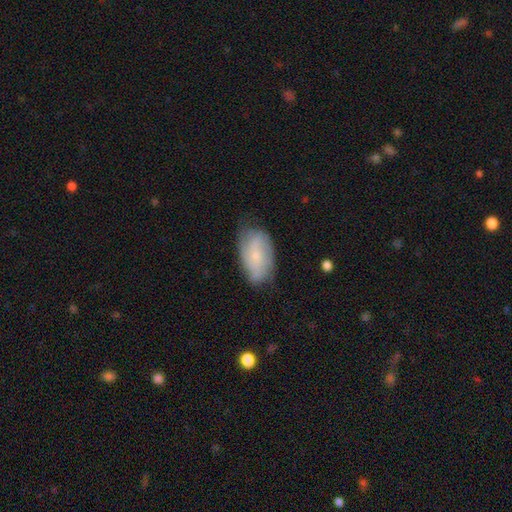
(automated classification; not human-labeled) Smooth or featured?
  - smooth: 49% *
  - featured or disk: 43%
  - star or artifact: 8%
Merging?
  - none: 65% *
  - minor disturbance: 26%
  - major disturbance: 8%
  - merger: 1%